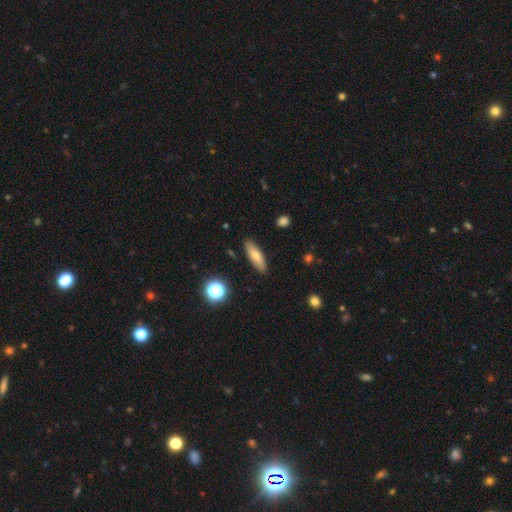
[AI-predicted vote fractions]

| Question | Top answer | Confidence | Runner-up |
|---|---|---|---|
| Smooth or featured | smooth | 72% | featured or disk (20%) |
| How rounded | cigar-shaped | 54% | in between (43%) |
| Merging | none | 87% | minor disturbance (9%) |